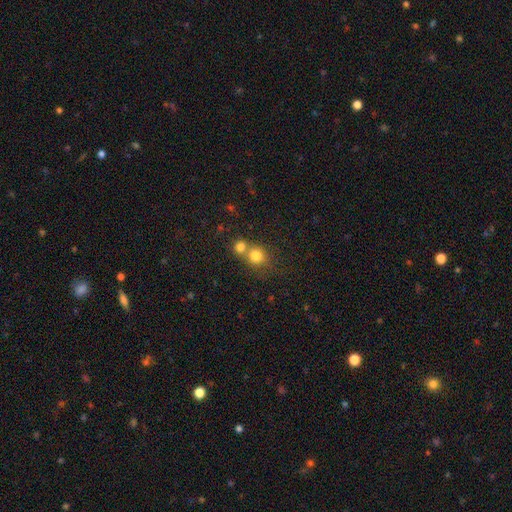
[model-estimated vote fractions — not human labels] Q: Smooth or featured?
A: smooth (79%); runner-up: star or artifact (12%)
Q: How rounded?
A: round (85%); runner-up: in between (14%)
Q: Merging?
A: merger (48%); runner-up: none (43%)